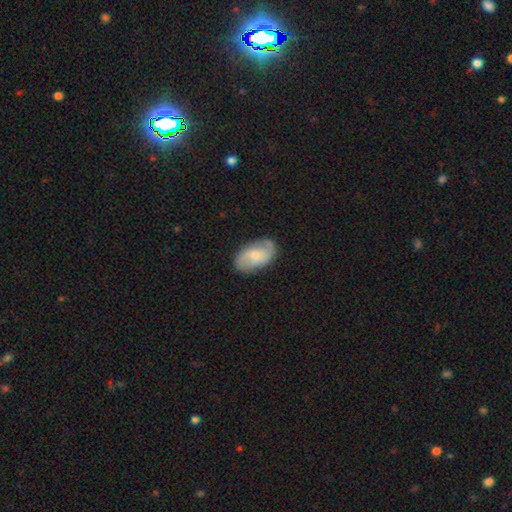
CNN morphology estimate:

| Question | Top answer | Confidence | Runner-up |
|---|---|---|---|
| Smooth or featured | featured or disk | 53% | smooth (40%) |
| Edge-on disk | no | 95% | yes (5%) |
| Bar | no | 56% | weak (36%) |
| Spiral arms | yes | 85% | no (15%) |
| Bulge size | small | 50% | moderate (41%) |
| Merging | none | 80% | minor disturbance (15%) |